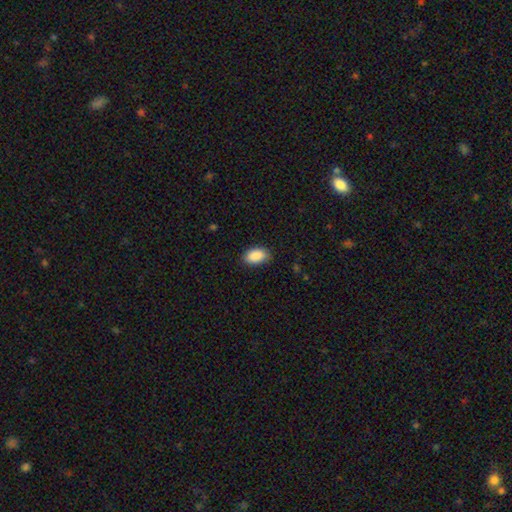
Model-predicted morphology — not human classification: Smooth or featured: smooth — 90% (star or artifact — 7%)
How rounded: in between — 92% (round — 6%)
Merging: none — 81% (minor disturbance — 15%)